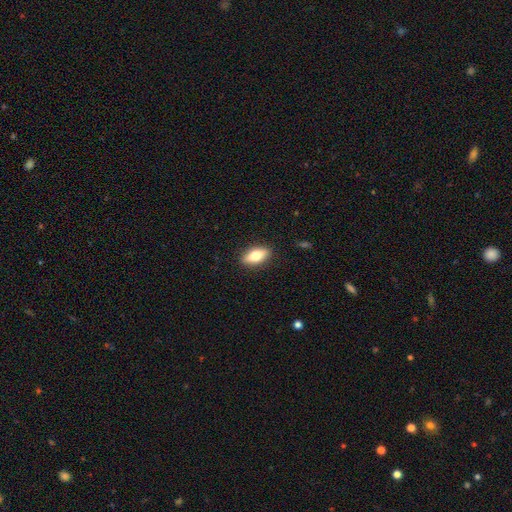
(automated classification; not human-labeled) Q: Smooth or featured?
A: smooth (70%); runner-up: featured or disk (23%)
Q: How rounded?
A: in between (82%); runner-up: cigar-shaped (13%)
Q: Merging?
A: none (89%); runner-up: minor disturbance (8%)